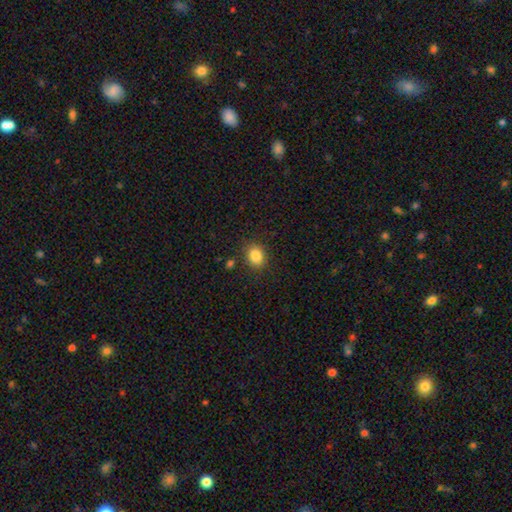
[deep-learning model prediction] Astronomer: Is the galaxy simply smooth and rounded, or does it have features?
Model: smooth — 85%.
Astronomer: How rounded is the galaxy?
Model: in between — 50% (runner-up: round, 49%).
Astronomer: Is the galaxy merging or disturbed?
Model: none — 84%.